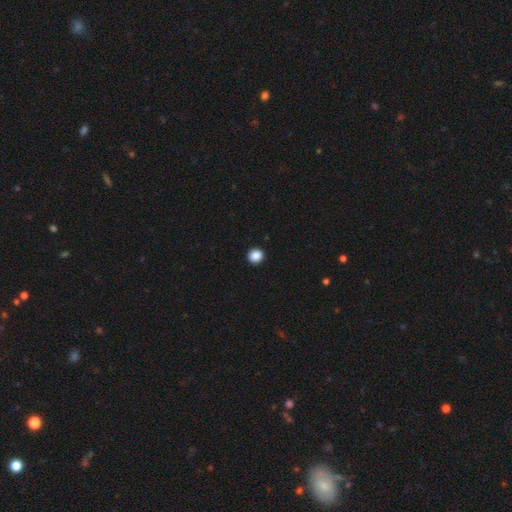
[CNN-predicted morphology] Overall: smooth (88%). How rounded: round (91%). Merging: none (94%).